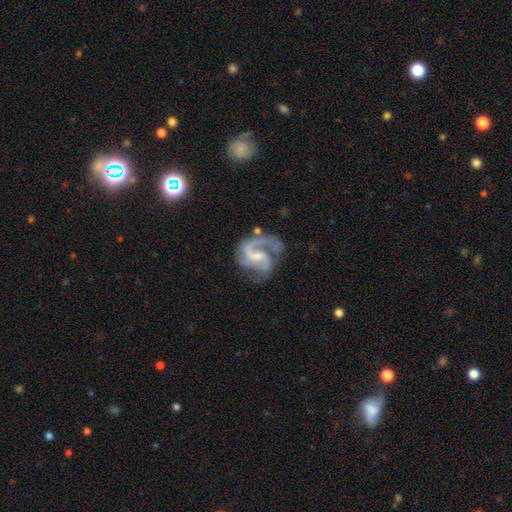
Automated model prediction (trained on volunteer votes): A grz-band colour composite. It shows a featured or disk galaxy (89%) with a weak bar (54%), 2 (68%) medium (55%) spiral arms (97%) and a small central bulge (50%). Merging: none (53%).